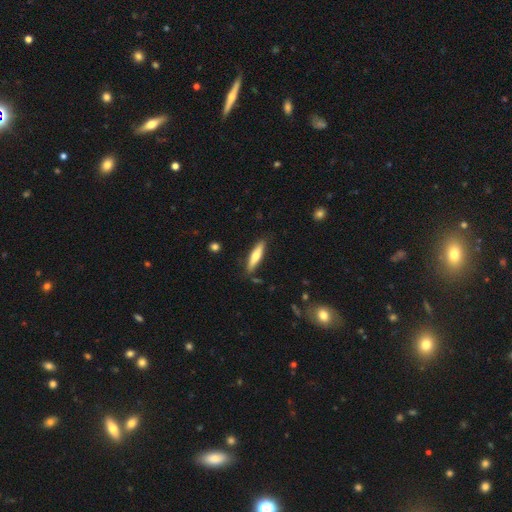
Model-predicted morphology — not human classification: Smooth or featured? Predicted: smooth (p=0.58). How rounded? Predicted: cigar-shaped (p=0.79). Merging? Predicted: none (p=0.85).